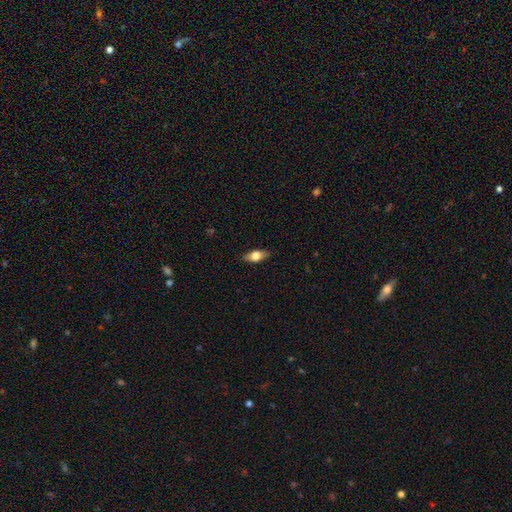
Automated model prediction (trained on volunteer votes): This appears to be a smooth galaxy with no disk features (64%) that is in between round and cigar-shaped (80%). Merging: none (85%).